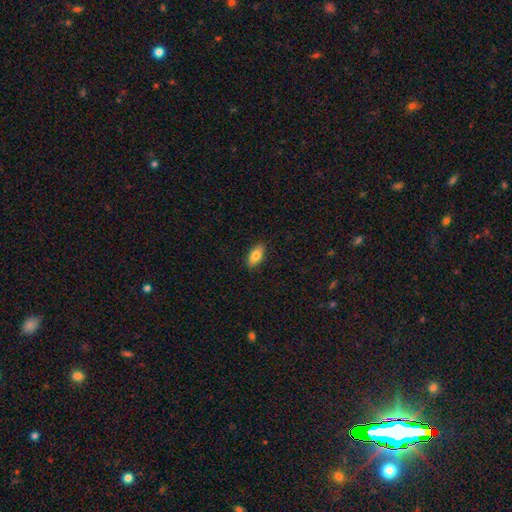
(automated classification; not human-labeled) Q: Smooth or featured?
A: smooth (82%); runner-up: featured or disk (11%)
Q: How rounded?
A: in between (89%); runner-up: cigar-shaped (8%)
Q: Merging?
A: none (88%); runner-up: minor disturbance (9%)